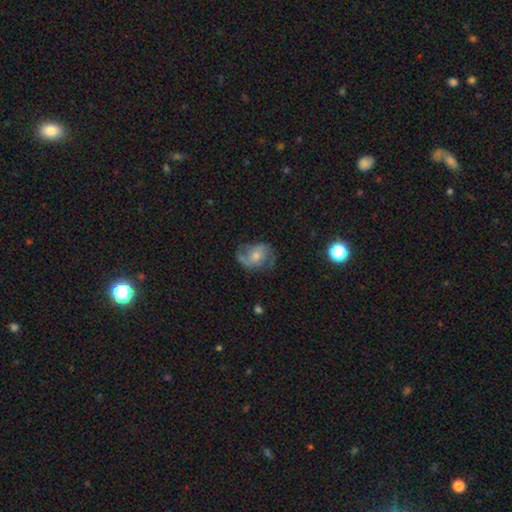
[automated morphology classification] This appears to be a featured or disk galaxy (61%) with no bar (62%), spiral arms (80%) and a moderate central bulge (48%). Merging: none (55%).